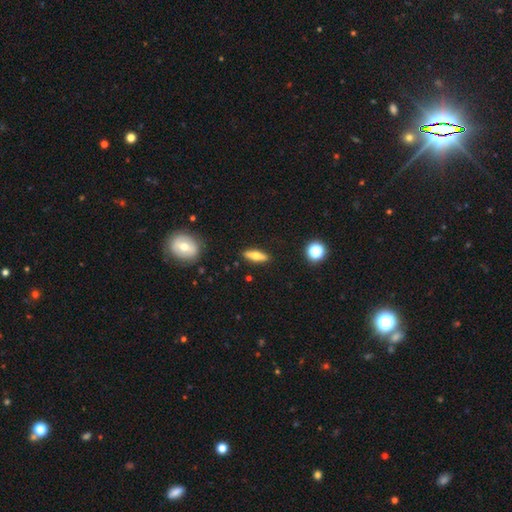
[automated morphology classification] Overall: smooth (58%; featured or disk 35%). How rounded: cigar-shaped (56%; in between 40%). Merging: none (88%).